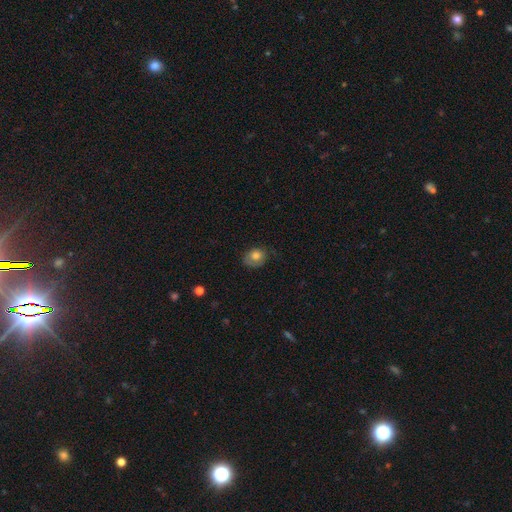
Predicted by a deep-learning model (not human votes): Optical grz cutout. It shows a smooth galaxy with no disk features (75%) that is round (51%). Merging: none (62%).